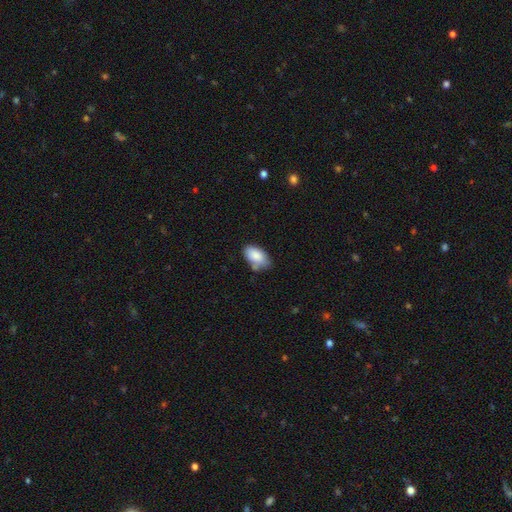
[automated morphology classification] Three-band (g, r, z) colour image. It shows a smooth galaxy with no disk features (85%) that is in between round and cigar-shaped (93%). Merging: none (61%).